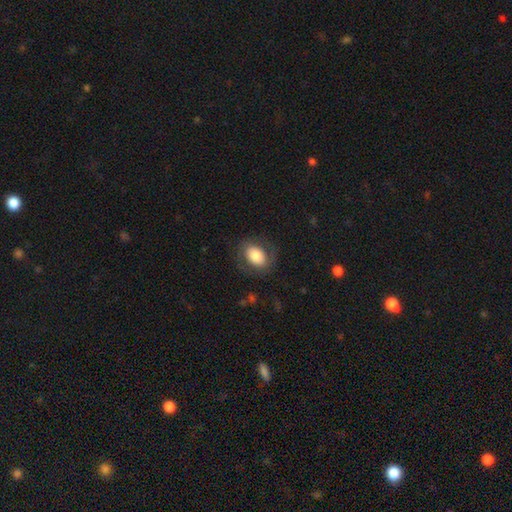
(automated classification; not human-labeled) smooth_or_featured: smooth (p=0.70) [alt: featured or disk p=0.23]
how_rounded: in between (p=0.76) [alt: round p=0.23]
merging: none (p=0.74) [alt: minor disturbance p=0.15]